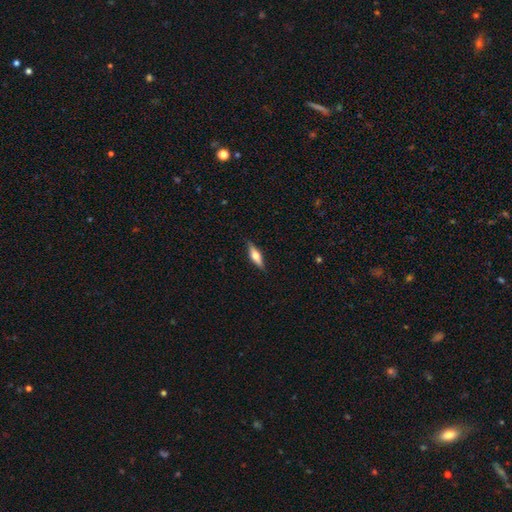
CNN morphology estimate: Overall: featured or disk (52%; smooth 42%). Edge-on disk: yes (93%). Merging: none (85%).